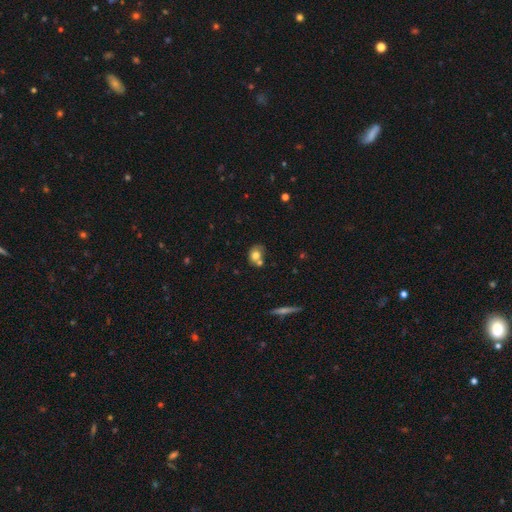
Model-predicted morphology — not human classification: A smooth galaxy with no disk features (72%) that is round (53%). Merging: none (45%).